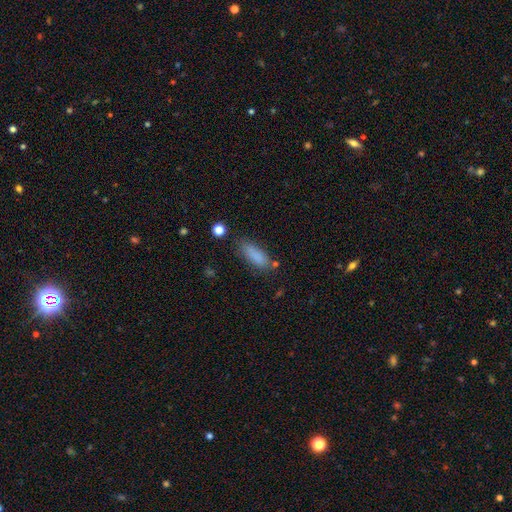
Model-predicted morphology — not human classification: A smooth galaxy with no disk features (84%) that is in between round and cigar-shaped (63%).

Vote fractions:
- Smooth or featured? smooth: 84% / star or artifact: 9% / featured or disk: 7%
- How rounded? in between: 63% / cigar-shaped: 34% / round: 2%
- Merging? none: 72% / minor disturbance: 17% / major disturbance: 5% / merger: 5%